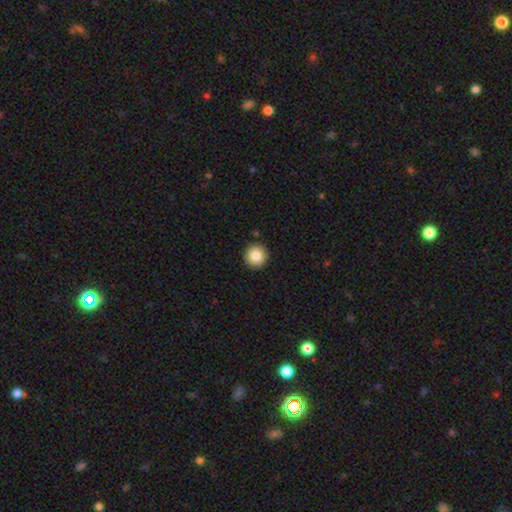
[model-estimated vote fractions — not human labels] The model was most divided on "smooth or featured": smooth: 85%, star or artifact: 9%, featured or disk: 6%. More confident: how rounded — round (95%); merging — none (92%).